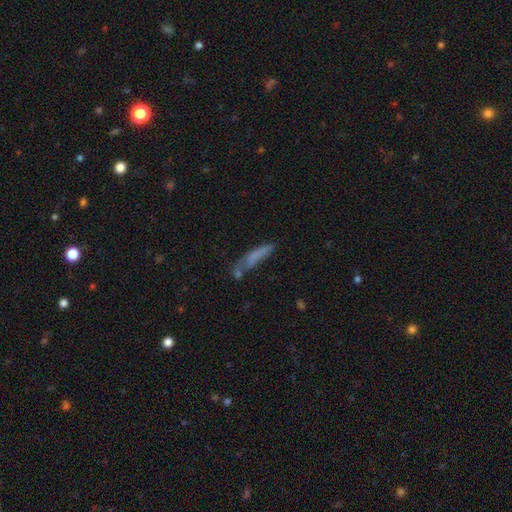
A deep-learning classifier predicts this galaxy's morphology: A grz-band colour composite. It shows a smooth galaxy with no disk features (64%) that is cigar-shaped (83%). Merging: none (48%).